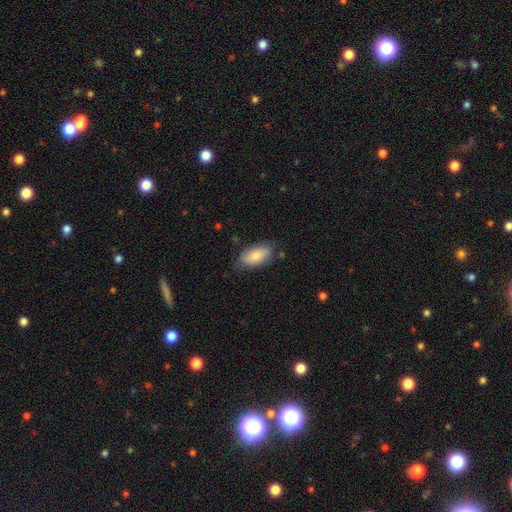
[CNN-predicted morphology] smooth-or-featured: smooth: 77% | featured or disk: 17% | star or artifact: 6%
  how-rounded: in between: 92% | cigar-shaped: 5% | round: 3%
  merging: none: 71% | minor disturbance: 23% | major disturbance: 4% | merger: 2%